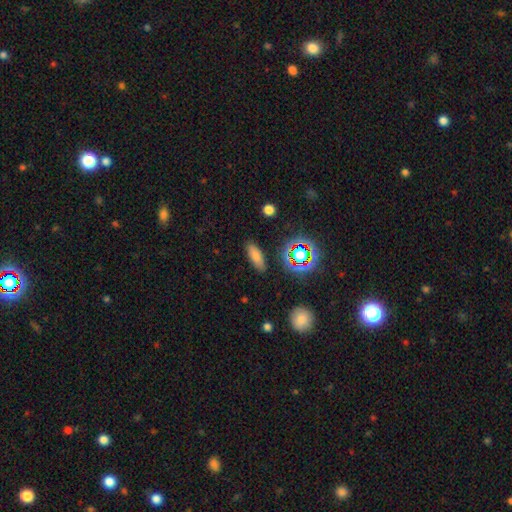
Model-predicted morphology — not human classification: Smooth or featured?
  - smooth: 75% *
  - star or artifact: 15%
  - featured or disk: 10%
How rounded?
  - in between: 64% *
  - cigar-shaped: 31%
  - round: 4%
Merging?
  - none: 86% *
  - minor disturbance: 9%
  - major disturbance: 3%
  - merger: 2%